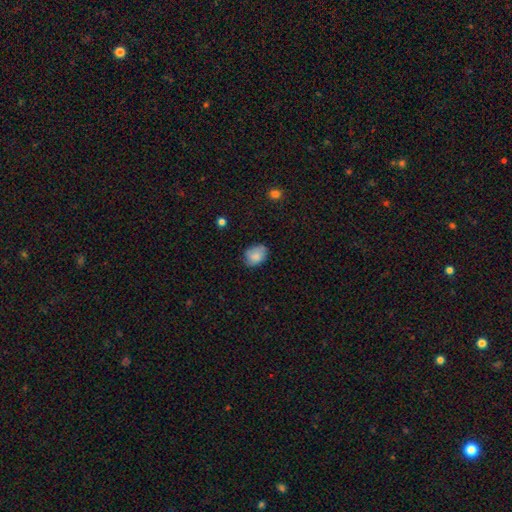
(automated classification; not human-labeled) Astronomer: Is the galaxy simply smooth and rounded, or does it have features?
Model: smooth — 81%.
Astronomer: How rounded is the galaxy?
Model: in between — 69%.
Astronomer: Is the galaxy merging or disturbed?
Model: none — 70%.